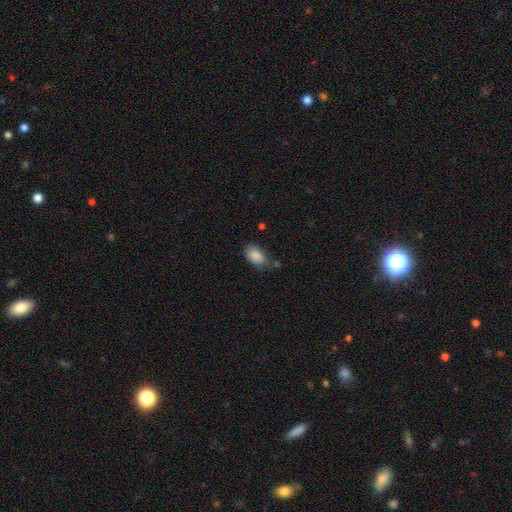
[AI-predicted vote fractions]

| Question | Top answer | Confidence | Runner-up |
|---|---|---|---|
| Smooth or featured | smooth | 87% | star or artifact (7%) |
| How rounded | in between | 91% | round (8%) |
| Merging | none | 62% | minor disturbance (26%) |